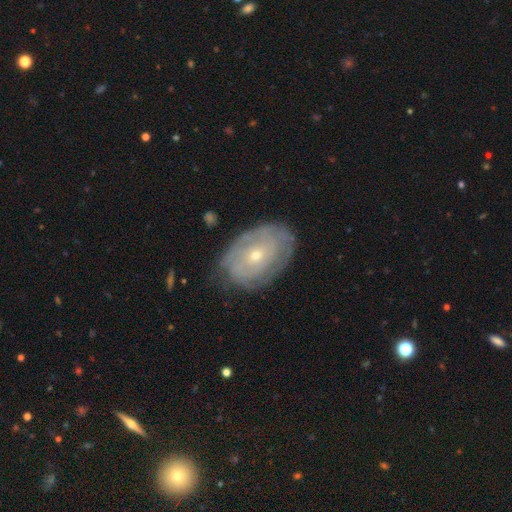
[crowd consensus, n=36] A featured or disk galaxy (75%) with no bar (71%), tight (80%) spiral arms (71%) and a small central bulge (86%).

Vote fractions:
- Smooth or featured? featured or disk: 75% / smooth: 25% / star or artifact: 0%
- Edge-on disk? no: 78% / yes: 22%
- Bar? no: 71% / weak: 24% / strong: 5%
- Spiral arms? yes: 71% / no: 29%
- Spiral winding? tight: 80% / medium: 20% / loose: 0%
- Spiral arm count? can't tell: 47% / 1: 20% / 2: 13% / 3: 13% / 4: 7% / more than 4: 0%
- Bulge size? small: 86% / moderate: 10% / large: 5% / dominant: 0% / none: 0%
- Merging? none: 69% / minor disturbance: 25% / major disturbance: 3% / merger: 3%